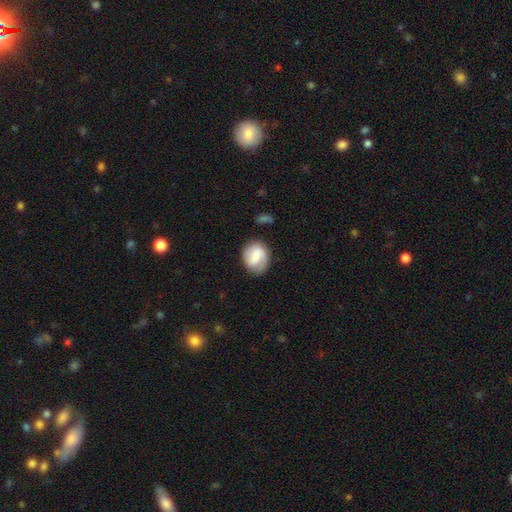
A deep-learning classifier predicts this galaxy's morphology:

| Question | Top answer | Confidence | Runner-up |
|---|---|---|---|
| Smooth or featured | smooth | 54% | featured or disk (39%) |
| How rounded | round | 58% | in between (41%) |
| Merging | none | 72% | minor disturbance (19%) |